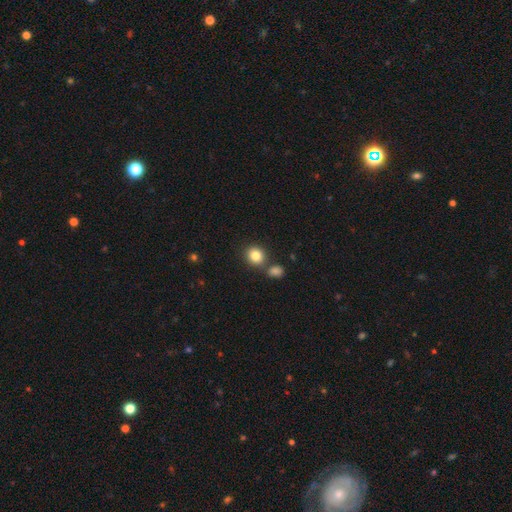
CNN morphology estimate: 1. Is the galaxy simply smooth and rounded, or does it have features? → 84% smooth, 10% star or artifact, 6% featured or disk.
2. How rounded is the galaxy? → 78% round, 21% in between, 1% cigar-shaped.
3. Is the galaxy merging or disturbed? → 72% none, 16% merger, 9% minor disturbance, 3% major disturbance.